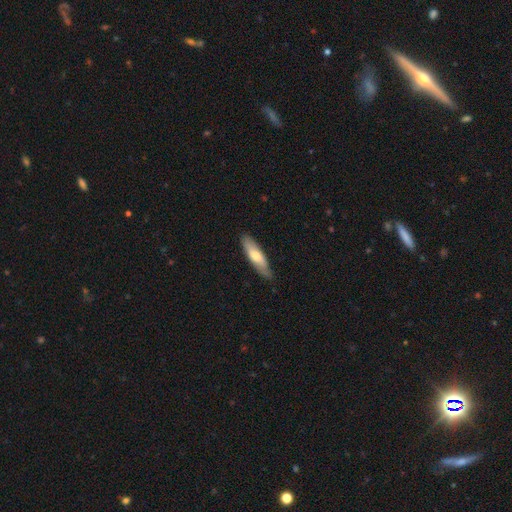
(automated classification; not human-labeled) smooth-or-featured: smooth: 62% | featured or disk: 32% | star or artifact: 5%
  how-rounded: cigar-shaped: 63% | in between: 35% | round: 2%
  merging: none: 81% | minor disturbance: 15% | major disturbance: 2% | merger: 1%